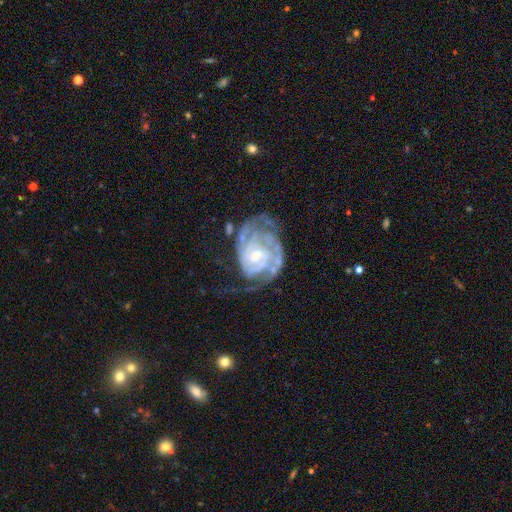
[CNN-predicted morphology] Smooth or featured? Predicted: featured or disk (p=0.87). Edge-on disk? Predicted: no (p=0.98). Bar? Predicted: no (p=0.60). Spiral arms? Predicted: yes (p=0.93). Spiral winding? Predicted: tight (p=0.63). Spiral arm count? Predicted: 2 (p=0.34). Bulge size? Predicted: small (p=0.67). Merging? Predicted: none (p=0.42).